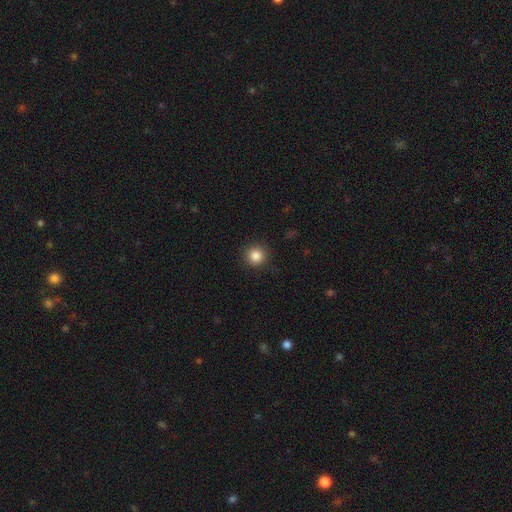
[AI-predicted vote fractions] A smooth galaxy with no disk features (85%) that is round (94%).

Vote fractions:
- Smooth or featured? smooth: 85% / star or artifact: 11% / featured or disk: 4%
- How rounded? round: 94% / in between: 5% / cigar-shaped: 1%
- Merging? none: 91% / minor disturbance: 6% / major disturbance: 2% / merger: 1%